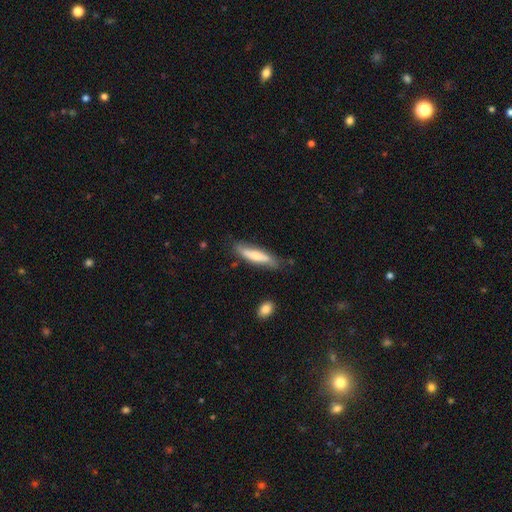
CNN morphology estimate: A smooth galaxy with no disk features (55%) that is cigar-shaped (76%).

Vote fractions:
- Smooth or featured? smooth: 55% / featured or disk: 39% / star or artifact: 6%
- How rounded? cigar-shaped: 76% / in between: 22% / round: 2%
- Merging? none: 72% / minor disturbance: 21% / major disturbance: 5% / merger: 3%